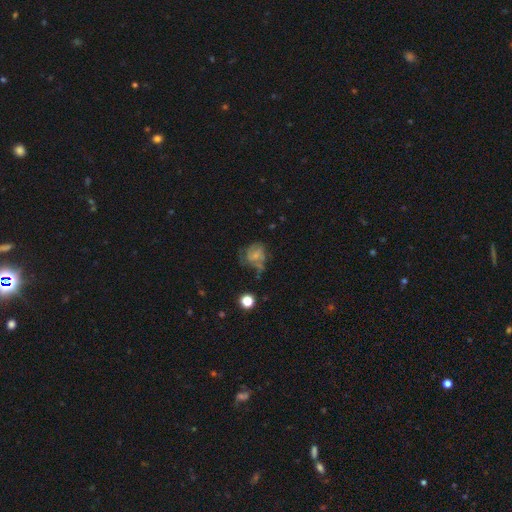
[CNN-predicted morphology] featured or disk 48%, smooth 39%, star or artifact 13%. Down the decision tree: merging — none (34%).